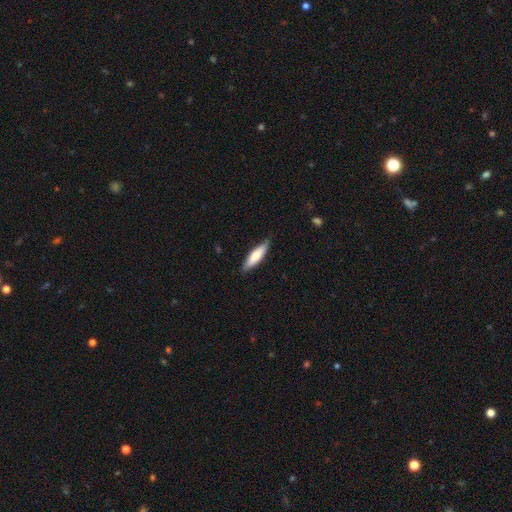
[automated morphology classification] Overall: smooth (69%). How rounded: cigar-shaped (67%; in between 32%). Merging: none (84%).